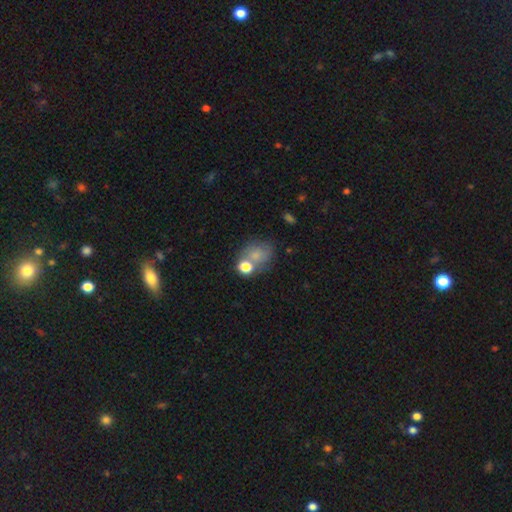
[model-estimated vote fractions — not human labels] This is likely a smooth galaxy (68%). How rounded: possibly round (55%). Merging: marginally none (44%).